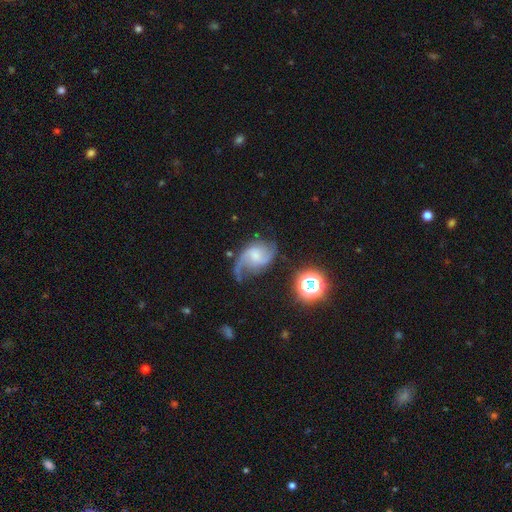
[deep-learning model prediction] Overall: featured or disk (81%). Edge-on disk: no (98%). Bar: weak (47%; no 43%). Spiral arms: yes (96%). Spiral arm count: 2 (82%). Spiral winding: loose (61%; medium 33%). Bulge size: small (44%; moderate 29%). Merging: none (54%; minor disturbance 22%).